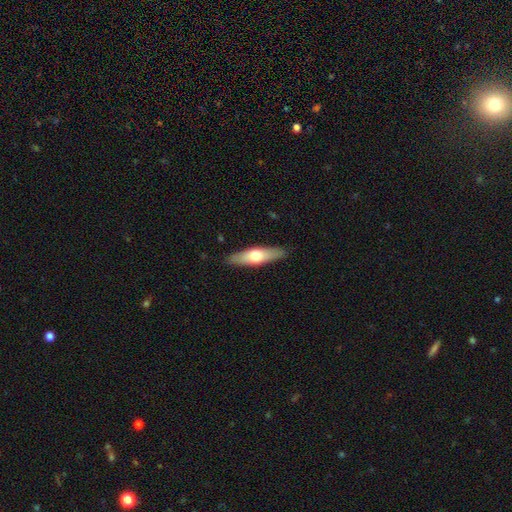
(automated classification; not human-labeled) Overall: smooth (55%; featured or disk 40%). How rounded: cigar-shaped (64%; in between 34%). Merging: none (89%).